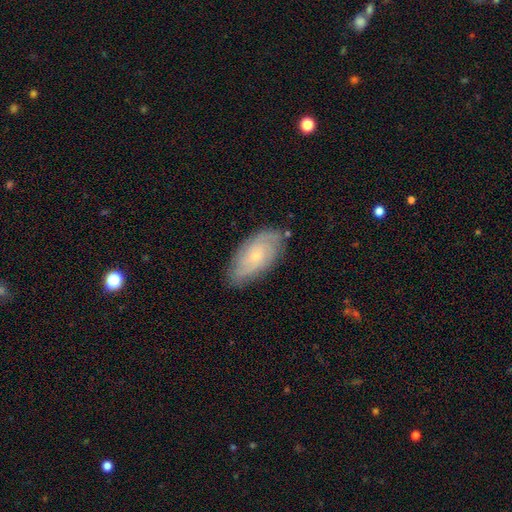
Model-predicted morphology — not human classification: Smooth or featured? featured or disk (67%)
Edge-on disk? no (93%)
Bar? no (76%)
Spiral arms? yes (91%)
Spiral winding? tight (58%)
Spiral arm count? can't tell (41%)
Bulge size? small (75%)
Merging? none (78%)